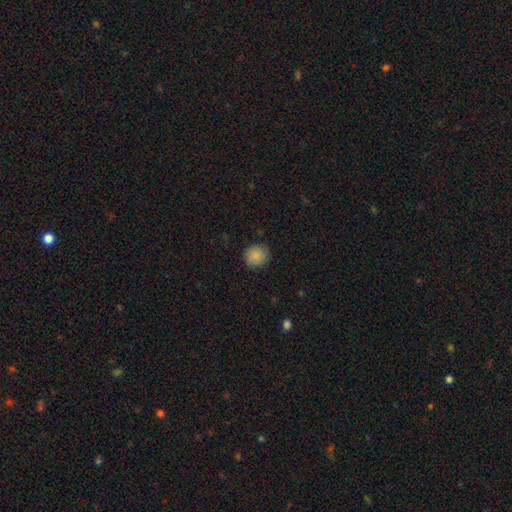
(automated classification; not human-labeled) This appears to be a smooth galaxy with no disk features (87%) that is round (85%). Merging: none (86%).